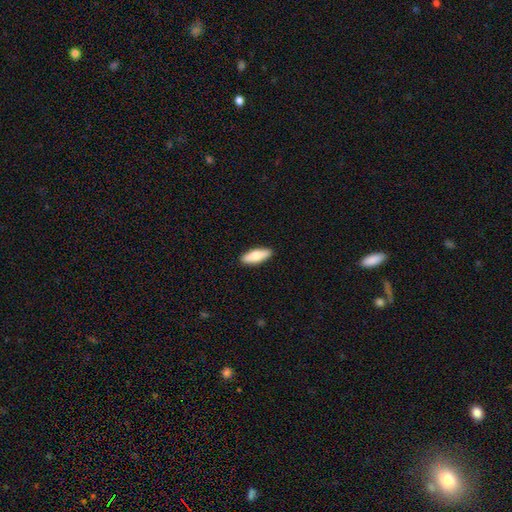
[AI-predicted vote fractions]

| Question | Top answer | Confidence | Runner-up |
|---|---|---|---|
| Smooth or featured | smooth | 73% | featured or disk (22%) |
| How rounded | in between | 63% | cigar-shaped (35%) |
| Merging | none | 90% | minor disturbance (7%) |